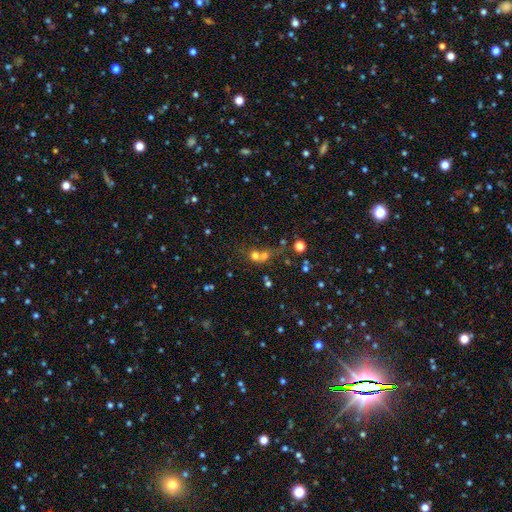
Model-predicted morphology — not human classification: Smooth or featured: smooth — 63% (star or artifact — 21%)
How rounded: round — 76% (in between — 22%)
Merging: merger — 56% (none — 31%)